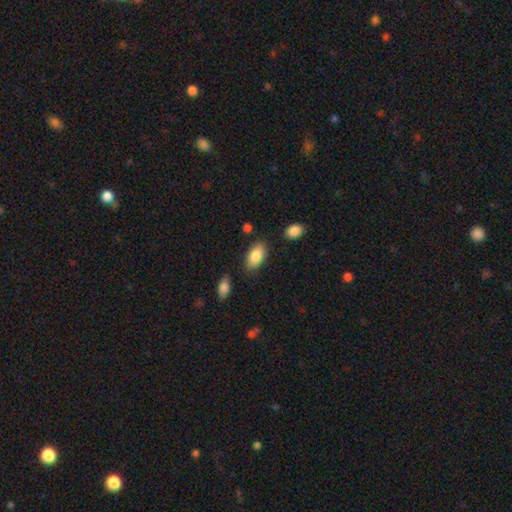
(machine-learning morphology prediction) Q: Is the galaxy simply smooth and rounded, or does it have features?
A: smooth — 84%.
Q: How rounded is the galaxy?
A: in between — 92%.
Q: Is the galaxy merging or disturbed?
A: none — 81%.